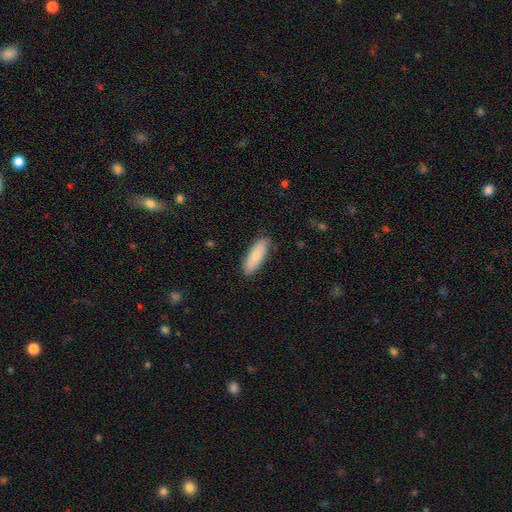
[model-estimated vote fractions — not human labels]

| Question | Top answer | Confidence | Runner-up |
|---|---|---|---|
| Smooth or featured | smooth | 79% | featured or disk (15%) |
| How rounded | in between | 66% | cigar-shaped (32%) |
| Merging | none | 85% | minor disturbance (12%) |